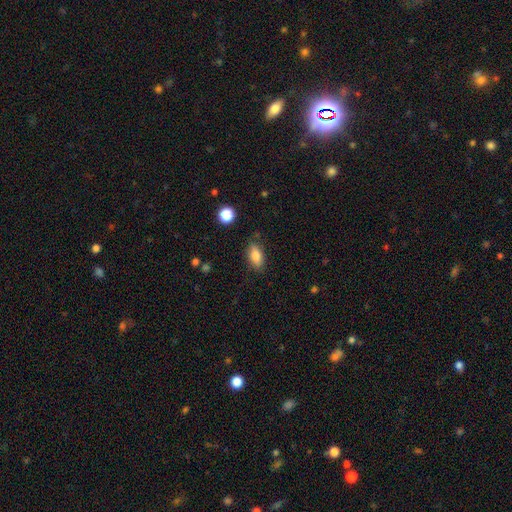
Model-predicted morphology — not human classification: Smooth or featured: smooth — 79% (featured or disk — 13%)
How rounded: in between — 86% (cigar-shaped — 9%)
Merging: none — 81% (minor disturbance — 14%)